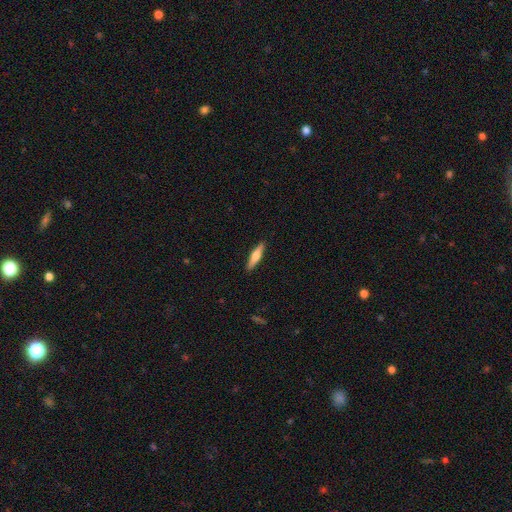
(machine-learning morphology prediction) Smooth or featured: smooth — 57% (featured or disk — 37%)
How rounded: cigar-shaped — 79% (in between — 20%)
Merging: none — 90% (minor disturbance — 7%)